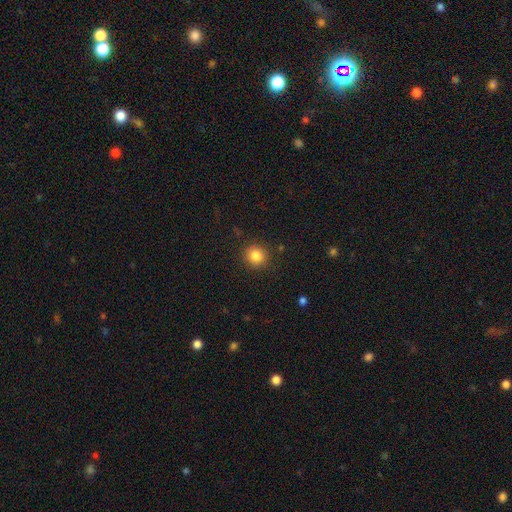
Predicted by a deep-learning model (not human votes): Morphology: type=smooth (83%); roundness=round (90%); merging=none (90%).